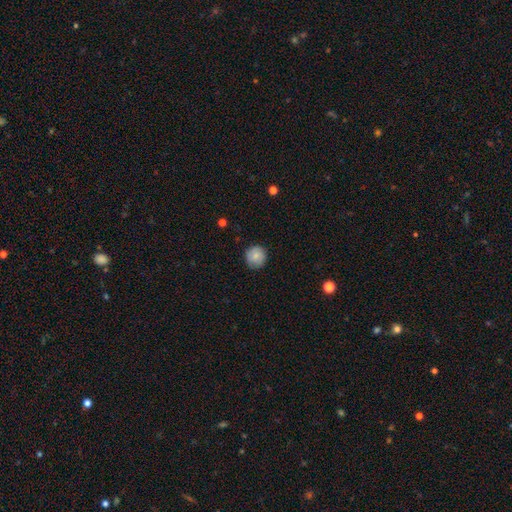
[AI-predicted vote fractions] The model was most divided on "smooth or featured": smooth: 82%, featured or disk: 11%, star or artifact: 7%. More confident: how rounded — round (93%); merging — none (86%).